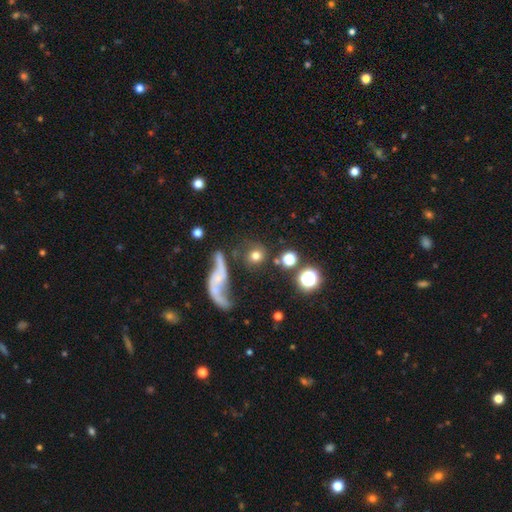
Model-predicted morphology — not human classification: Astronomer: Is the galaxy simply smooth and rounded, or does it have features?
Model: smooth — 70%.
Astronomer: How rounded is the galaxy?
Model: round — 85%.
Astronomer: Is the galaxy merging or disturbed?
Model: none — 66%.